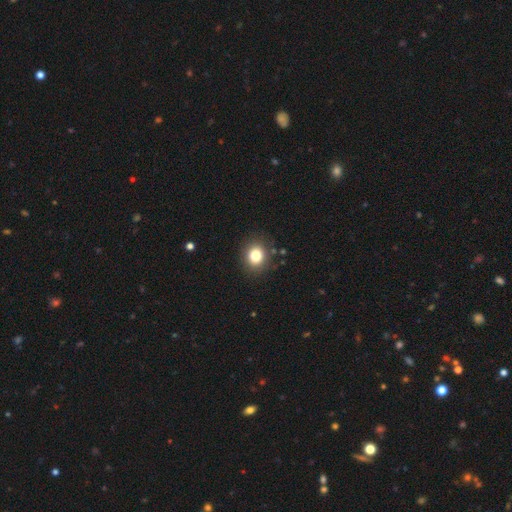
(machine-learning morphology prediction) type=smooth (81%); roundness=round (73%); merging=none (87%).